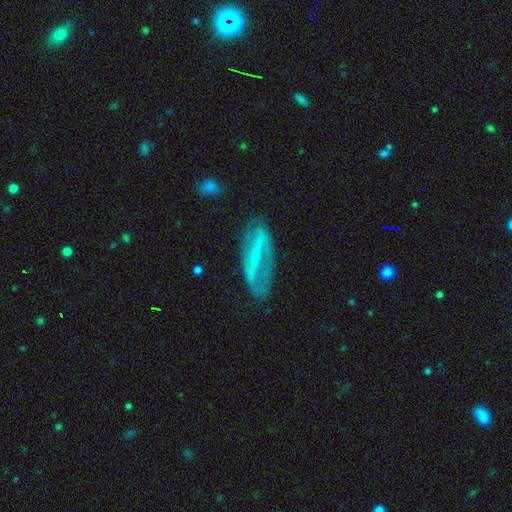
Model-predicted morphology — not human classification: type=featured or disk (68%); edge-on=no (76%); bar=strong (60%); spiral arms=yes (54%); bulge=small (55%); merging=none (64%).